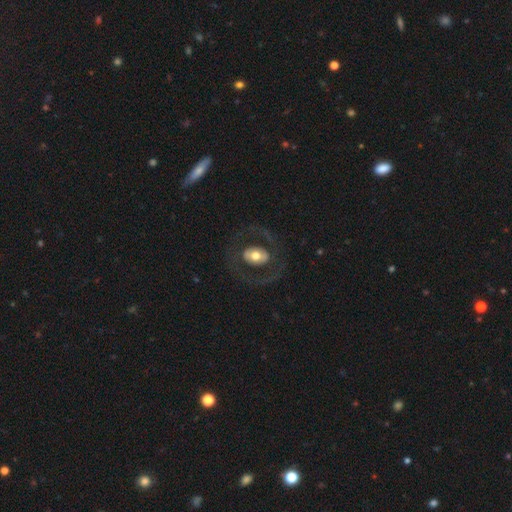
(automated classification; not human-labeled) Q: Smooth or featured?
A: featured or disk (57%); runner-up: smooth (38%)
Q: Edge-on disk?
A: no (94%); runner-up: yes (6%)
Q: Bar?
A: no (60%); runner-up: weak (24%)
Q: Spiral arms?
A: no (60%); runner-up: yes (40%)
Q: Bulge size?
A: moderate (64%); runner-up: large (24%)
Q: Merging?
A: none (74%); runner-up: major disturbance (15%)